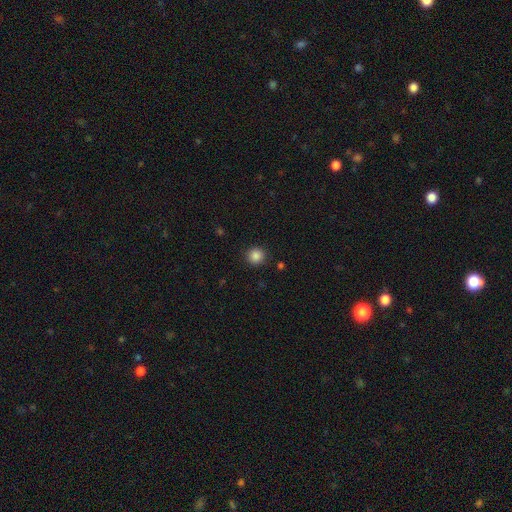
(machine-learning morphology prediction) This is clearly a smooth galaxy (86%). How rounded: clearly round (93%). Merging: clearly none (91%).